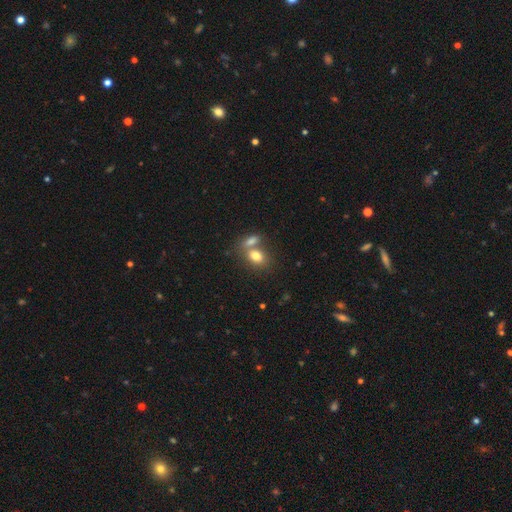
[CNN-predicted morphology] A smooth galaxy with no disk features (78%) that is in between round and cigar-shaped (75%).

Vote fractions:
- Smooth or featured? smooth: 78% / featured or disk: 12% / star or artifact: 9%
- How rounded? in between: 75% / round: 22% / cigar-shaped: 2%
- Merging? merger: 51% / none: 38% / minor disturbance: 8% / major disturbance: 3%